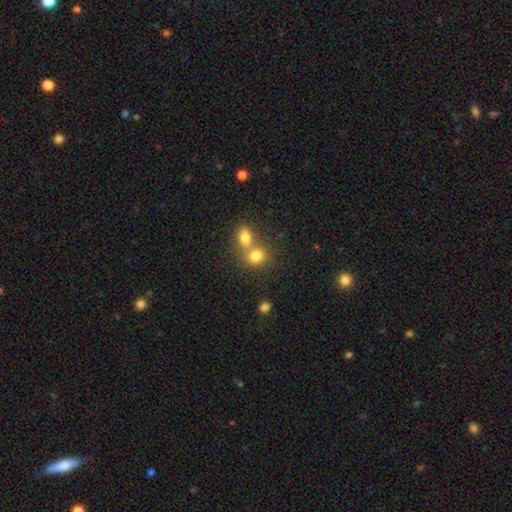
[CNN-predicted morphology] A smooth galaxy with no disk features (80%) that is round (57%). Merging: merger (55%).